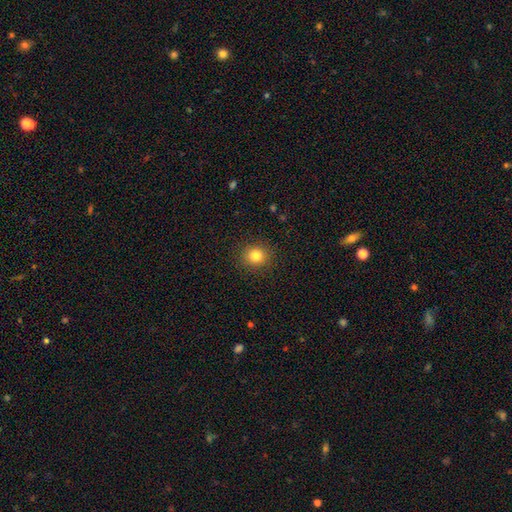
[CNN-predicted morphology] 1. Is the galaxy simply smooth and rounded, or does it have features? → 82% smooth, 12% star or artifact, 6% featured or disk.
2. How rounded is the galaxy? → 87% round, 12% in between, 1% cigar-shaped.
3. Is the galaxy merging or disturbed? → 90% none, 6% minor disturbance, 2% major disturbance, 1% merger.